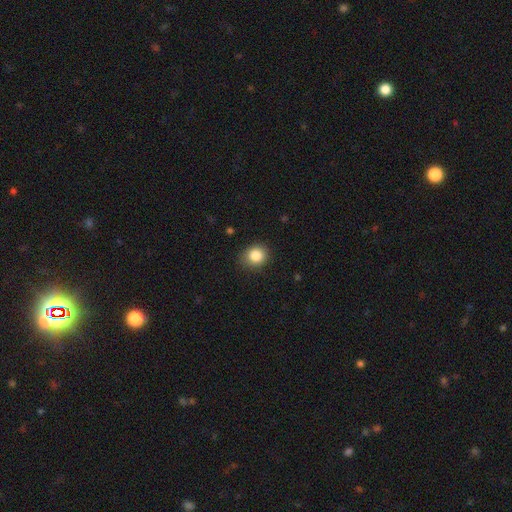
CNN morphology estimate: This is clearly a smooth galaxy (85%). How rounded: likely round (68%). Merging: clearly none (84%).